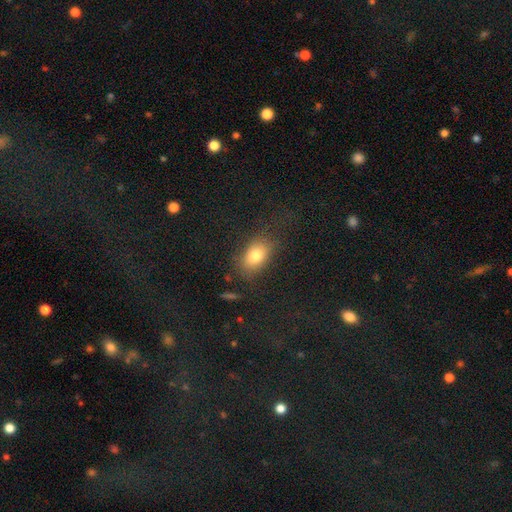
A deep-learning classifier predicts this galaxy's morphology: smooth_or_featured: smooth (p=0.78) [alt: featured or disk p=0.12]
how_rounded: in between (p=0.82) [alt: round p=0.16]
merging: none (p=0.73) [alt: minor disturbance p=0.17]